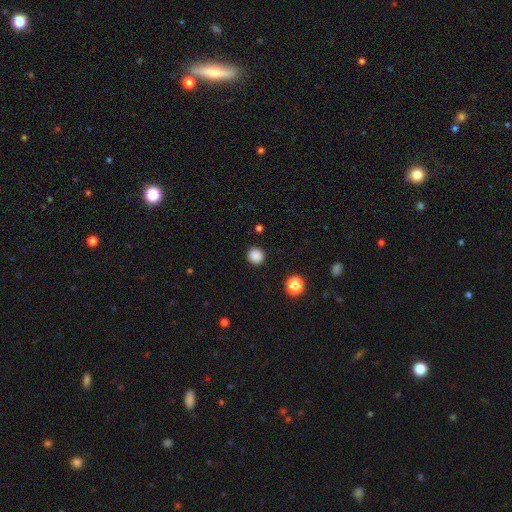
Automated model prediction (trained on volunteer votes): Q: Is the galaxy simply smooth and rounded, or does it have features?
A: smooth — 86%.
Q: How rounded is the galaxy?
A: round — 93%.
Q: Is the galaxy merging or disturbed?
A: none — 91%.